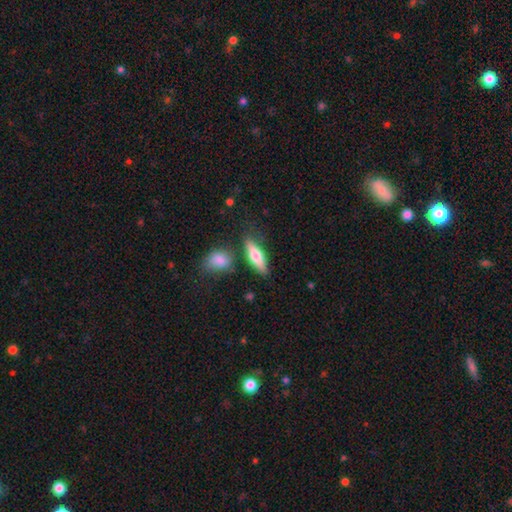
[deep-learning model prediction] Smooth or featured? Predicted: smooth (p=0.62). How rounded? Predicted: cigar-shaped (p=0.50). Merging? Predicted: none (p=0.75).